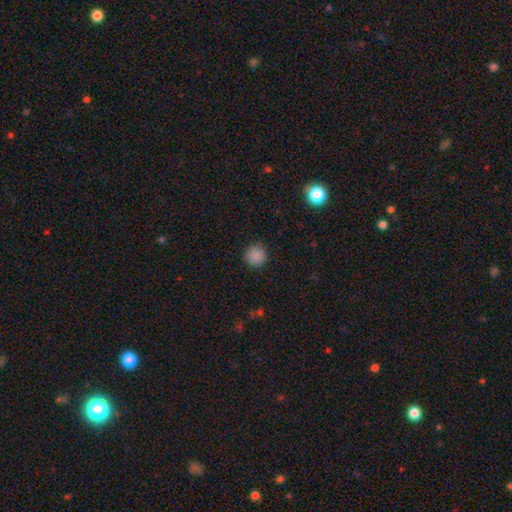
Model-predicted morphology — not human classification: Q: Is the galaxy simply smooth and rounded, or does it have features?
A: smooth — 86%.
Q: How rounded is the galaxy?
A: round — 94%.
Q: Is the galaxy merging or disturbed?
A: none — 89%.